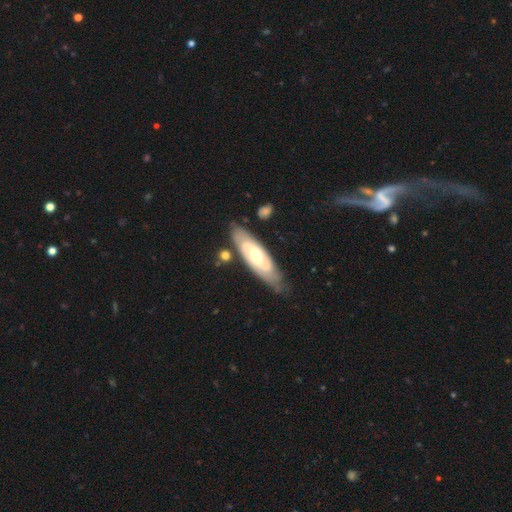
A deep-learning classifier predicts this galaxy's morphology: The model was most divided on "bar": no: 42%, weak: 39%, strong: 19%. More confident: spiral arms — yes (92%); edge-on disk — no (88%); smooth or featured — featured or disk (81%); spiral arm count — 2 (79%); merging — none (74%); bulge size — moderate (66%); spiral winding — tight (51%).